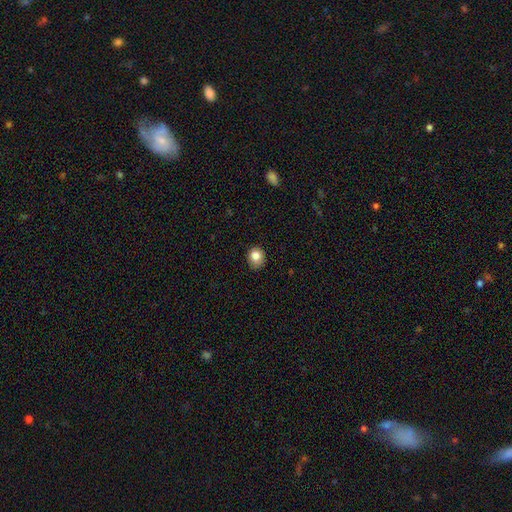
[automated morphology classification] smooth-or-featured: smooth: 82% | star or artifact: 11% | featured or disk: 7%
  how-rounded: round: 75% | in between: 24% | cigar-shaped: 1%
  merging: none: 79% | minor disturbance: 17% | major disturbance: 3% | merger: 1%